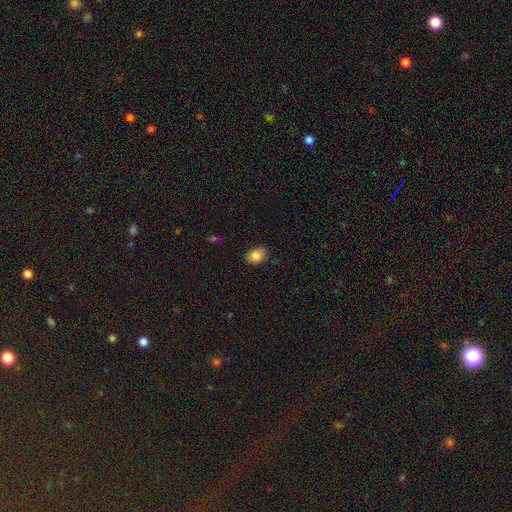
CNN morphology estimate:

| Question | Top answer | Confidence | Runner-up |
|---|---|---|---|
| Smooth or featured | smooth | 83% | star or artifact (9%) |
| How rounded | in between | 71% | round (28%) |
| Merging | none | 80% | minor disturbance (17%) |